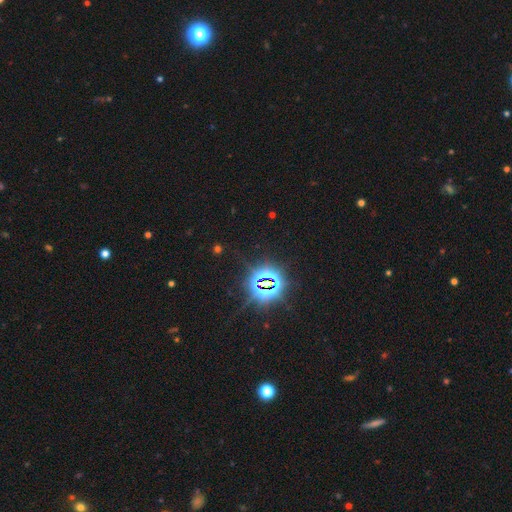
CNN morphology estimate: Smooth or featured? Predicted: star or artifact (p=0.83).